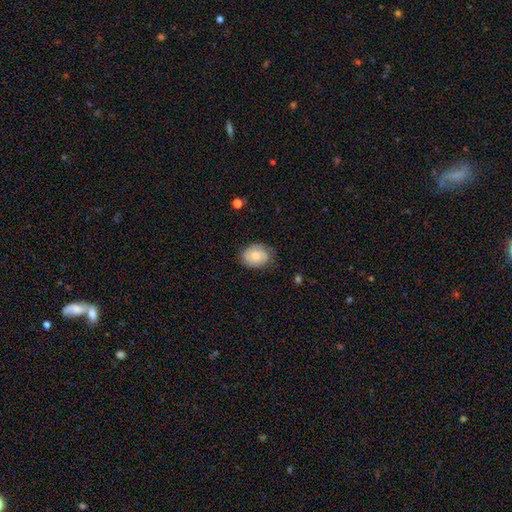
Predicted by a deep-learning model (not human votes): The model was most divided on "smooth or featured": smooth: 47%, featured or disk: 45%, star or artifact: 7%. More confident: merging — none (71%).